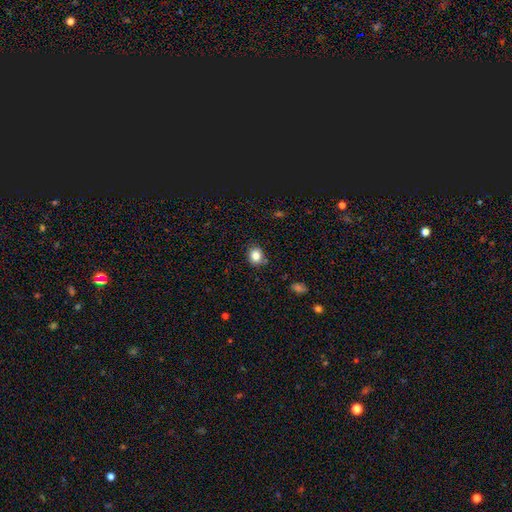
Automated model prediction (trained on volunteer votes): Q: Smooth or featured?
A: smooth (83%); runner-up: star or artifact (11%)
Q: How rounded?
A: round (72%); runner-up: in between (27%)
Q: Merging?
A: none (80%); runner-up: minor disturbance (14%)